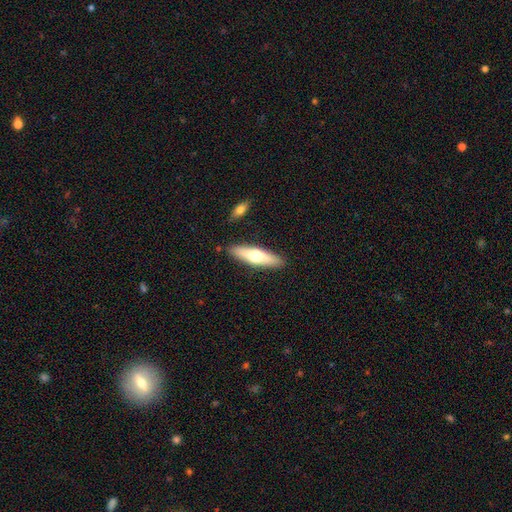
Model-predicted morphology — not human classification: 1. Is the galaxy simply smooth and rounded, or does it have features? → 58% smooth, 37% featured or disk, 5% star or artifact.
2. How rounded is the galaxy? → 68% cigar-shaped, 30% in between, 2% round.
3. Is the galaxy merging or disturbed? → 87% none, 9% minor disturbance, 3% merger, 2% major disturbance.